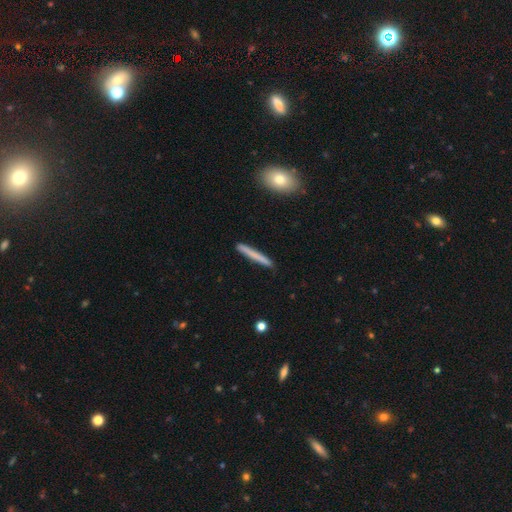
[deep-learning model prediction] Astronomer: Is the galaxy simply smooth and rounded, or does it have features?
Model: smooth — 68%.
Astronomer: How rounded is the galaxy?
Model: cigar-shaped — 96%.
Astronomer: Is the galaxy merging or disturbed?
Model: none — 90%.